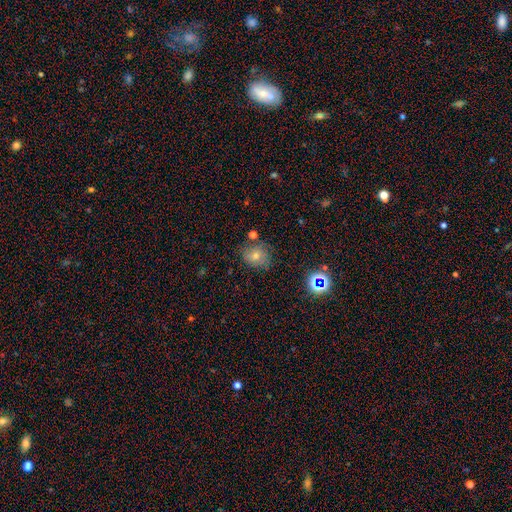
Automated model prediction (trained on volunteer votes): Smooth or featured: smooth — 53% (star or artifact — 26%)
How rounded: round — 66% (in between — 33%)
Merging: none — 72% (minor disturbance — 18%)